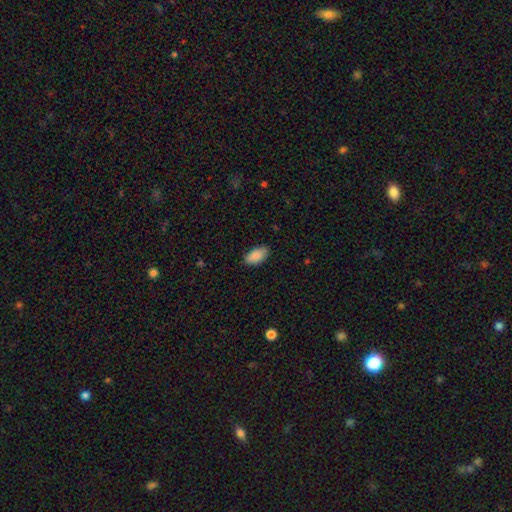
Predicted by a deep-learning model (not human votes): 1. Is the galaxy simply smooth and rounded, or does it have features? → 89% smooth, 7% star or artifact, 5% featured or disk.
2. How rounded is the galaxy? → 94% in between, 4% cigar-shaped, 3% round.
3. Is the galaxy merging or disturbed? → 82% none, 14% minor disturbance, 2% major disturbance, 1% merger.